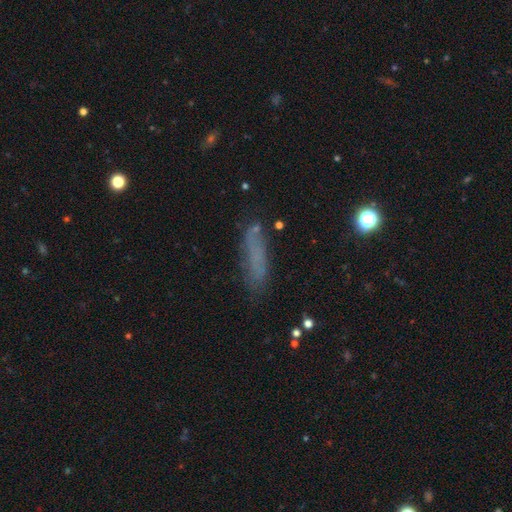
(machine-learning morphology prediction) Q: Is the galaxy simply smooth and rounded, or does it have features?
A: smooth — 60%.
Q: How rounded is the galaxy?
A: cigar-shaped — 72%.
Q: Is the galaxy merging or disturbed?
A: none — 72%.